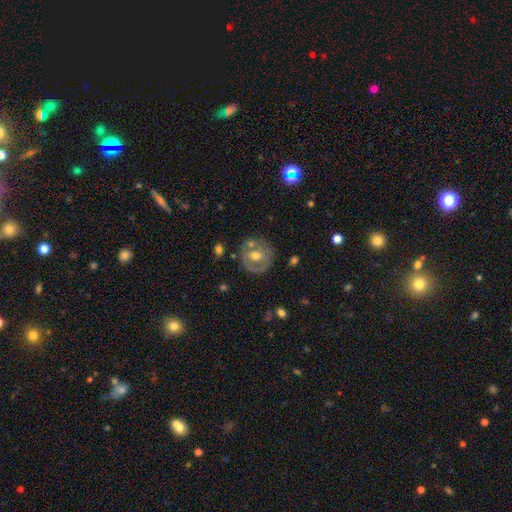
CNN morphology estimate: Smooth or featured: featured or disk — 53% (smooth — 40%)
Edge-on disk: no — 96% (yes — 4%)
Bar: no — 61% (weak — 30%)
Spiral arms: no — 70% (yes — 30%)
Bulge size: moderate — 75% (small — 18%)
Merging: none — 66% (minor disturbance — 17%)